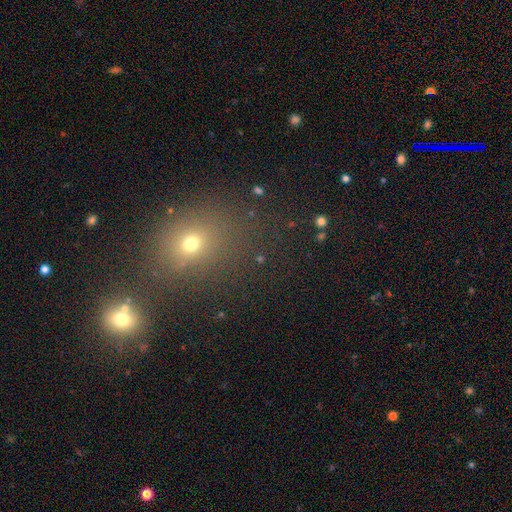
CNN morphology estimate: This is possibly a smooth galaxy (50%). Merging: likely none (66%).